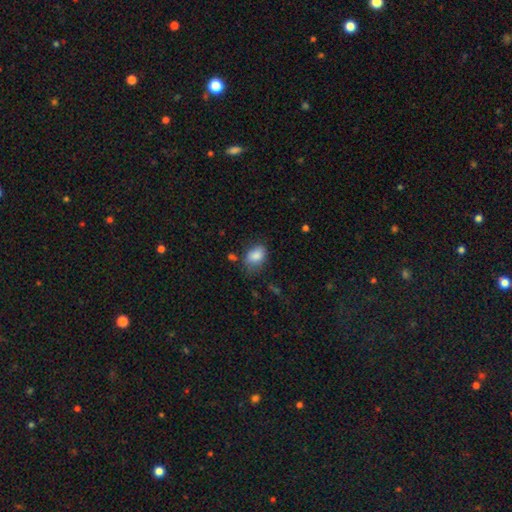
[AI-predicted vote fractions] Overall: smooth (85%). How rounded: in between (81%). Merging: none (60%; minor disturbance 28%).